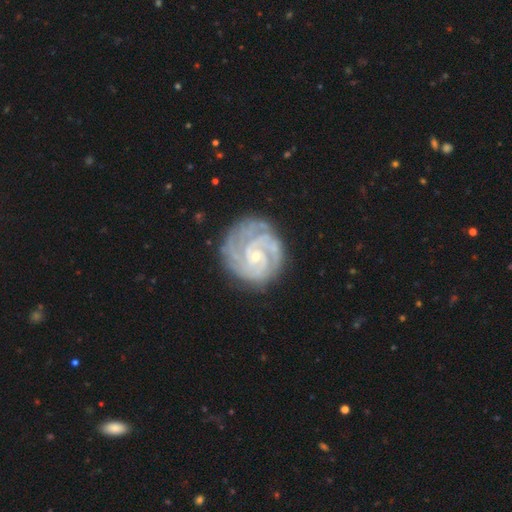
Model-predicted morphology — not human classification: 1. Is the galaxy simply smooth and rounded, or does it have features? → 90% featured or disk, 5% star or artifact, 5% smooth.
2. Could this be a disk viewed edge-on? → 98% no, 2% yes.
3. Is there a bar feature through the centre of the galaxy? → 62% no, 30% weak, 8% strong.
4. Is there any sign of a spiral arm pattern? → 98% yes, 2% no.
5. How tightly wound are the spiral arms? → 74% tight, 23% medium, 3% loose.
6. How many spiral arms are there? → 32% 3, 26% 2, 16% can't tell, 14% 4, 7% more than 4, 6% 1.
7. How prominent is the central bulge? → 78% small, 18% moderate, 2% none, 1% large, 1% dominant.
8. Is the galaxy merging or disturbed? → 77% none, 16% minor disturbance, 6% major disturbance, 1% merger.